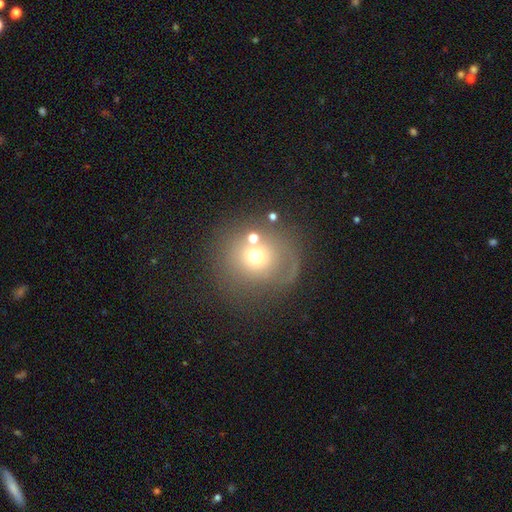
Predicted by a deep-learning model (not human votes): Morphology: type=smooth (60%); roundness=round (87%); merging=none (60%).